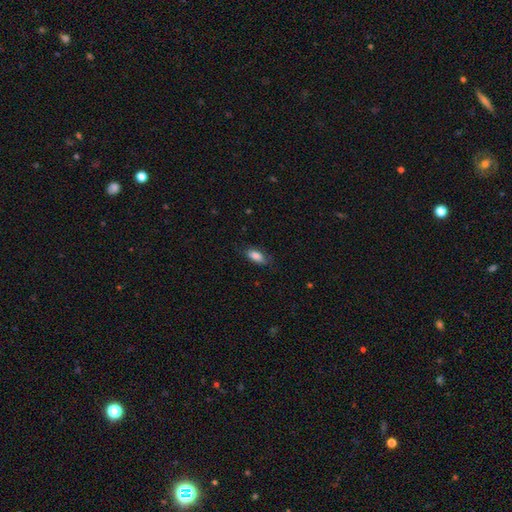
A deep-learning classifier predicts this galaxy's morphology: A smooth galaxy with no disk features (85%) that is in between round and cigar-shaped (85%). Merging: none (78%).